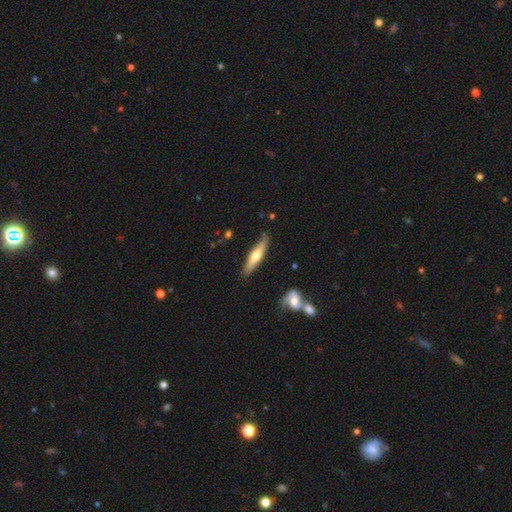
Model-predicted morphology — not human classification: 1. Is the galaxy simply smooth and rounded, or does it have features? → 51% smooth, 44% featured or disk, 5% star or artifact.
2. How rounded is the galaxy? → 80% cigar-shaped, 18% in between, 2% round.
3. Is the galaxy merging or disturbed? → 81% none, 14% minor disturbance, 2% major disturbance, 2% merger.